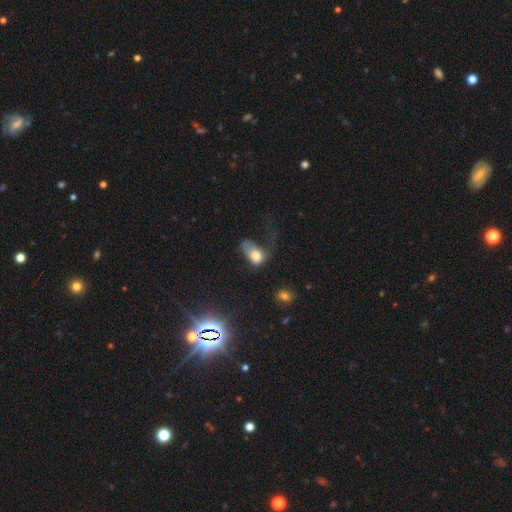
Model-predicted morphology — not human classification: A smooth galaxy with no disk features (67%) that is in between round and cigar-shaped (75%).

Vote fractions:
- Smooth or featured? smooth: 67% / featured or disk: 23% / star or artifact: 10%
- How rounded? in between: 75% / round: 23% / cigar-shaped: 2%
- Merging? major disturbance: 61% / minor disturbance: 18% / none: 15% / merger: 5%